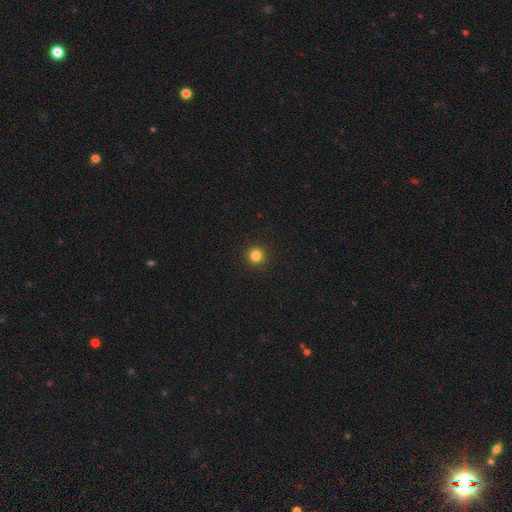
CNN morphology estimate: This is clearly a smooth galaxy (83%). How rounded: clearly round (95%). Merging: clearly none (93%).